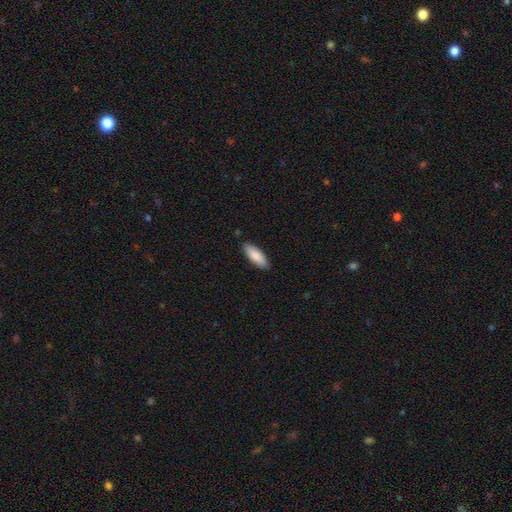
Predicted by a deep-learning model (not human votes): Overall: smooth (86%). How rounded: in between (70%). Merging: none (88%).